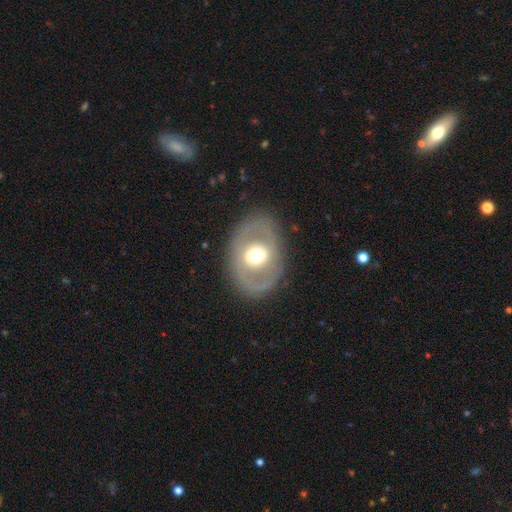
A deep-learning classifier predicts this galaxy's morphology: Smooth or featured? featured or disk (61%)
Edge-on disk? no (92%)
Bar? no (59%)
Spiral arms? no (75%)
Bulge size? moderate (61%)
Merging? none (82%)